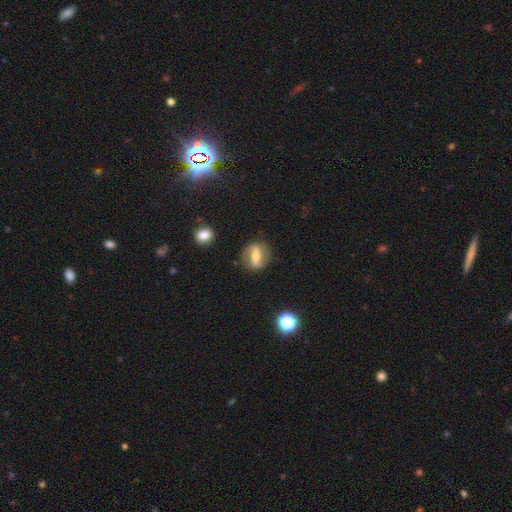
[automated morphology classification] A featured or disk galaxy (65%) with a strong bar (64%), spiral arms (71%) and a moderate central bulge (57%).

Vote fractions:
- Smooth or featured? featured or disk: 65% / smooth: 27% / star or artifact: 7%
- Edge-on disk? no: 91% / yes: 9%
- Bar? strong: 64% / weak: 24% / no: 12%
- Spiral arms? yes: 71% / no: 29%
- Bulge size? moderate: 57% / small: 31% / large: 7% / none: 3% / dominant: 2%
- Merging? none: 81% / minor disturbance: 12% / major disturbance: 5% / merger: 2%